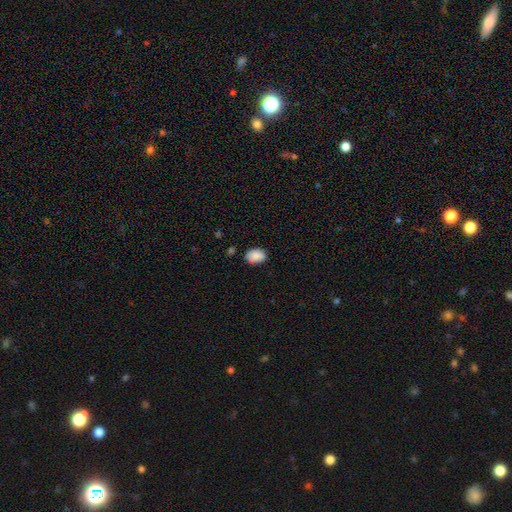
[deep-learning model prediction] Morphology: type=smooth (88%); roundness=in between (80%); merging=none (82%).